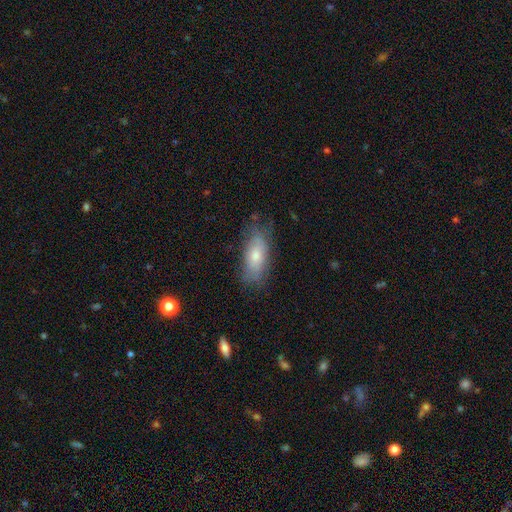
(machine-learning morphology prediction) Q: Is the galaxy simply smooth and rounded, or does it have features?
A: smooth — 66%.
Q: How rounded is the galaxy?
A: in between — 79%.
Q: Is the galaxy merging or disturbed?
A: none — 68%.